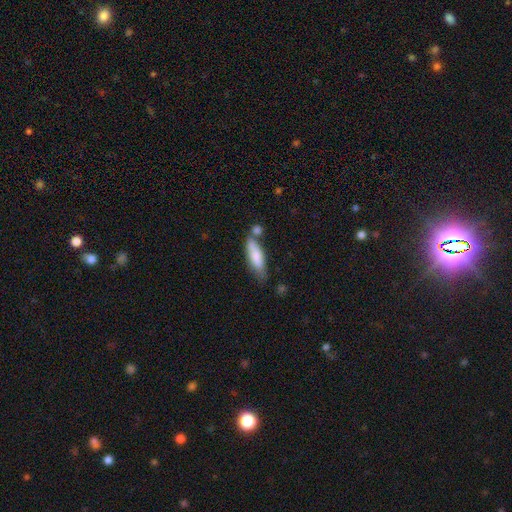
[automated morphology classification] smooth 78%, featured or disk 16%, star or artifact 6%. Down the decision tree: how rounded — cigar-shaped (52%); merging — none (53%).